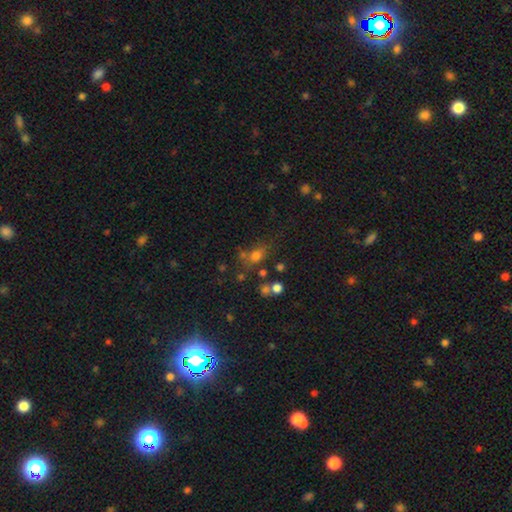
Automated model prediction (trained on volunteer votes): Morphology: type=smooth (65%); roundness=in between (55%); merging=none (54%).